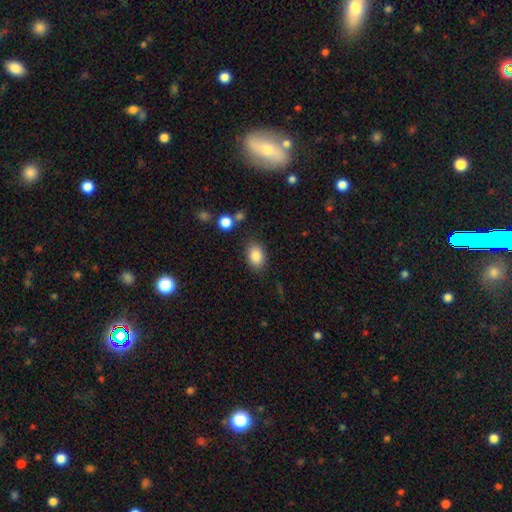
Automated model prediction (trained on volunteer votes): Overall: smooth (86%). How rounded: in between (81%). Merging: none (82%).